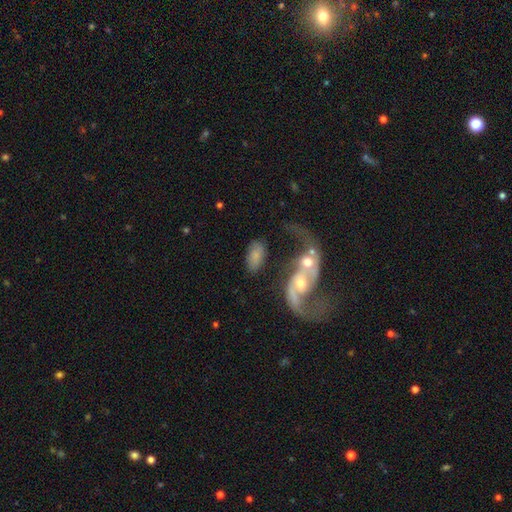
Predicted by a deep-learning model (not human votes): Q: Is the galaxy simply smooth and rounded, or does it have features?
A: smooth — 59%.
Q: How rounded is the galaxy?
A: in between — 91%.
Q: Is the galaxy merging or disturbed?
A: merger — 39%.